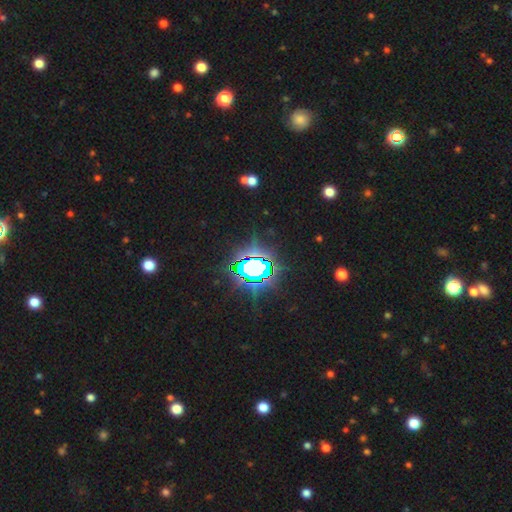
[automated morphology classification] star or artifact 81%, smooth 11%, featured or disk 8%.